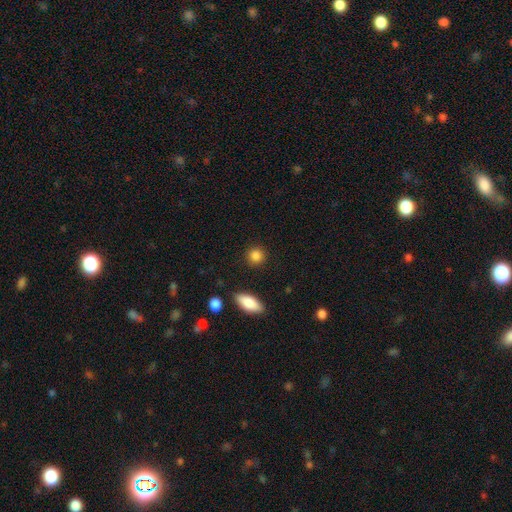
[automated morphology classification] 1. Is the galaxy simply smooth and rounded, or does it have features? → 87% smooth, 9% star or artifact, 4% featured or disk.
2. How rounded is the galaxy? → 84% round, 14% in between, 2% cigar-shaped.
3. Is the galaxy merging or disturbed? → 88% none, 7% minor disturbance, 3% major disturbance, 2% merger.